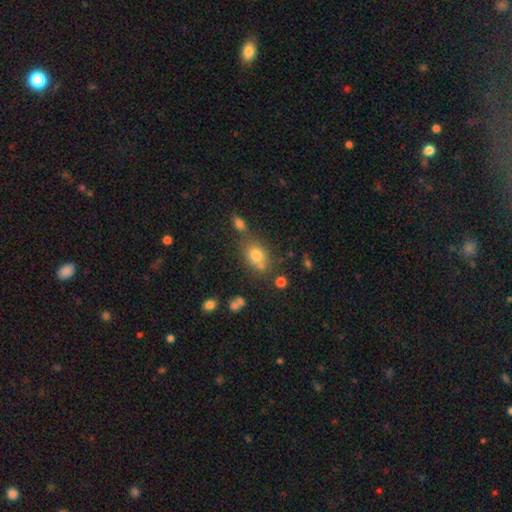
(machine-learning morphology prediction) type=smooth (74%); roundness=round (50%); merging=none (62%).